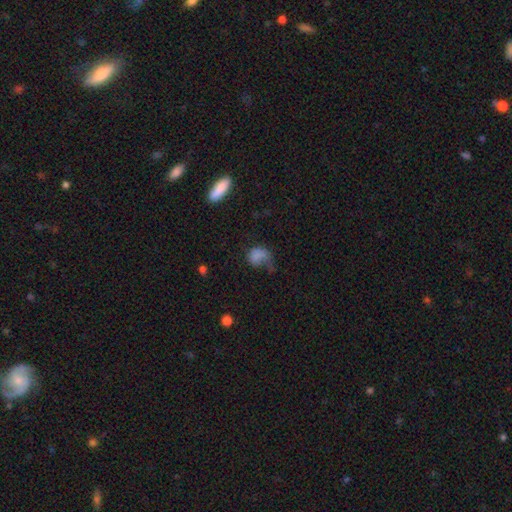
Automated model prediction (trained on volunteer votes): Smooth or featured? smooth (72%)
How rounded? in between (57%)
Merging? major disturbance (41%)